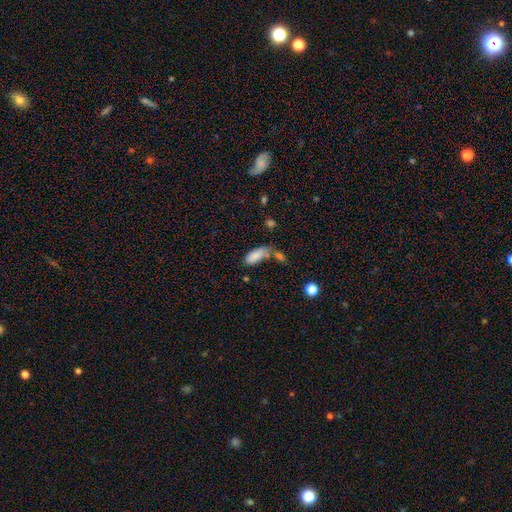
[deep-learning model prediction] Smooth or featured? Predicted: smooth (p=0.85). How rounded? Predicted: in between (p=0.83). Merging? Predicted: none (p=0.48).